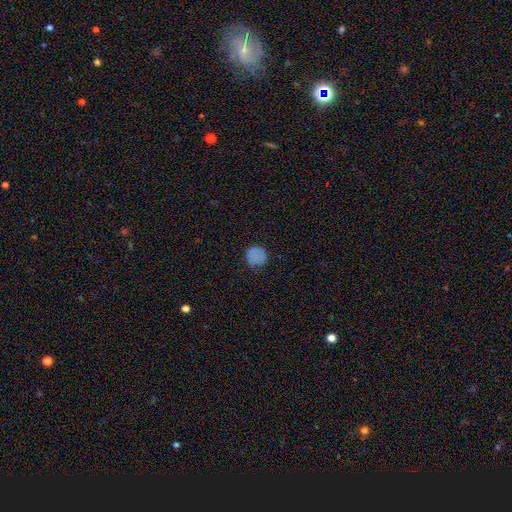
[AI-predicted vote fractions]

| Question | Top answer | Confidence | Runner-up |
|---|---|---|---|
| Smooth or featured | smooth | 78% | star or artifact (14%) |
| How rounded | round | 90% | in between (9%) |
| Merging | none | 78% | minor disturbance (17%) |